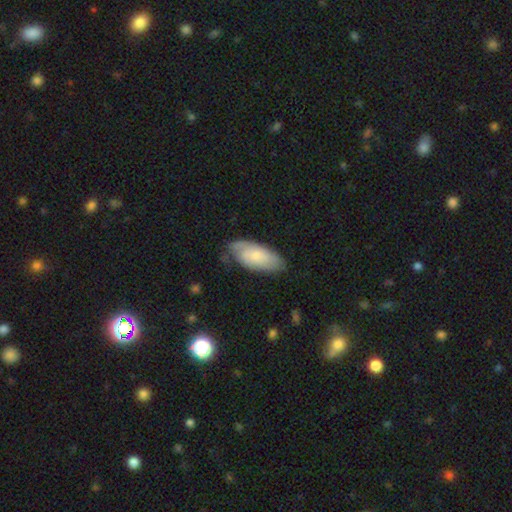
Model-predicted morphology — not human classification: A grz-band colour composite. It shows a smooth galaxy with no disk features (59%) that is in between round and cigar-shaped (89%). Merging: none (63%).